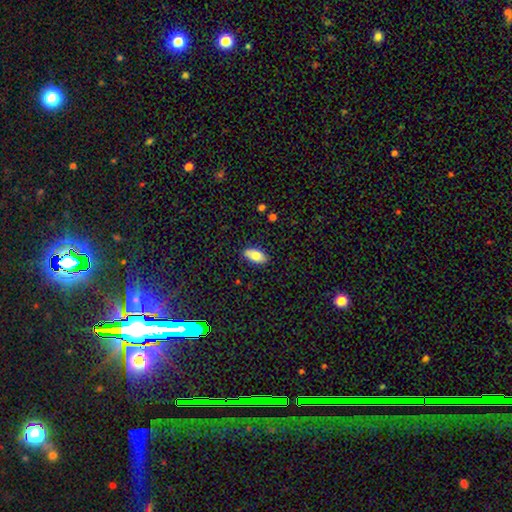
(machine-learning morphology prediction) type=smooth (79%); roundness=in between (91%); merging=none (86%).